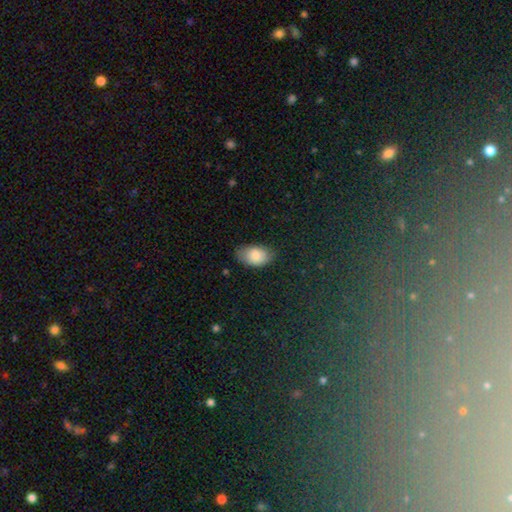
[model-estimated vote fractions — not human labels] The model was most divided on "merging": none: 71%, minor disturbance: 23%, major disturbance: 5%, merger: 1%. More confident: how rounded — in between (92%); smooth or featured — smooth (84%).